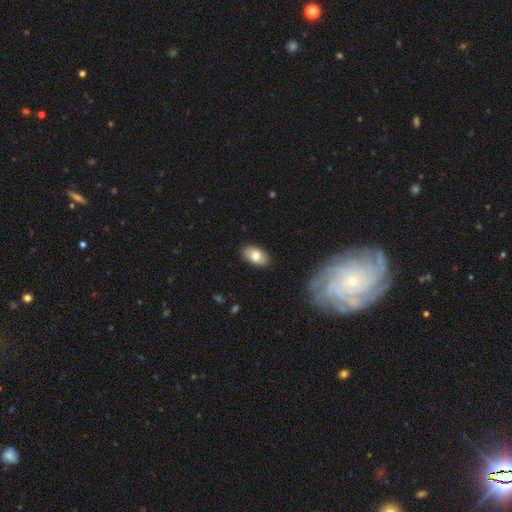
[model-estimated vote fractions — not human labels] The model was most divided on "smooth or featured": smooth: 78%, featured or disk: 15%, star or artifact: 7%. More confident: how rounded — in between (93%); merging — none (87%).